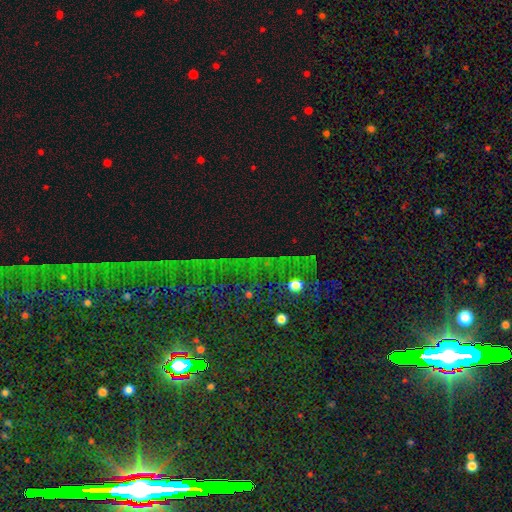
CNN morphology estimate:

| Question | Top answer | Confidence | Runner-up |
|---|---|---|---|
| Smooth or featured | star or artifact | 85% | featured or disk (8%) |